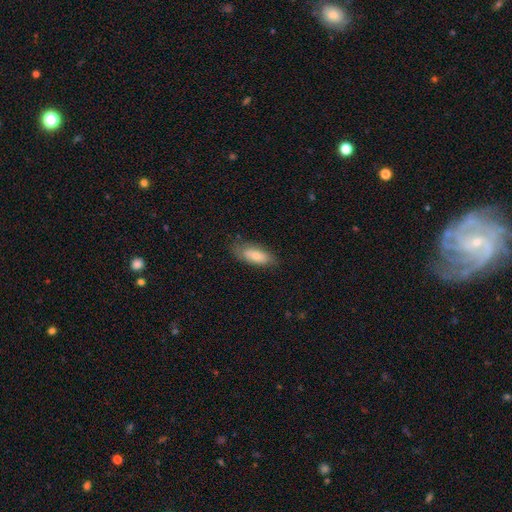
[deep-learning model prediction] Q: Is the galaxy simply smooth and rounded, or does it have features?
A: smooth — 71%.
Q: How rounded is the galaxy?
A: in between — 80%.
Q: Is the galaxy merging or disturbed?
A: none — 72%.